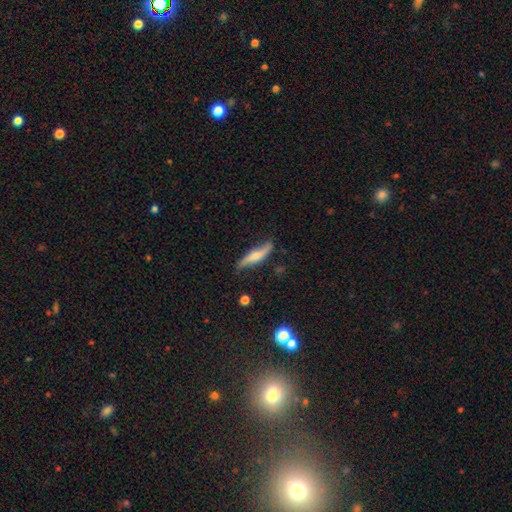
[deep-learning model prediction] Morphology: type=smooth (50%); merging=none (68%).